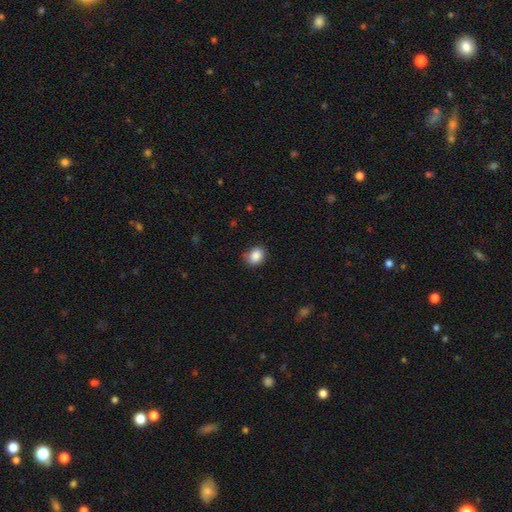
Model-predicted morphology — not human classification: This appears to be a smooth galaxy with no disk features (87%) that is round (52%). Merging: none (77%).